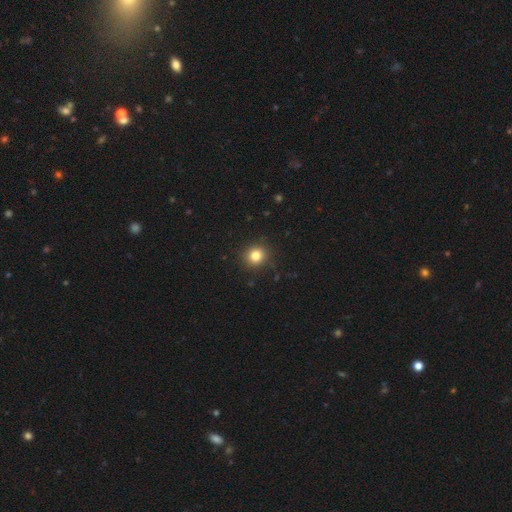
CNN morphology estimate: Smooth or featured? Predicted: smooth (p=0.82). How rounded? Predicted: round (p=0.89). Merging? Predicted: none (p=0.90).